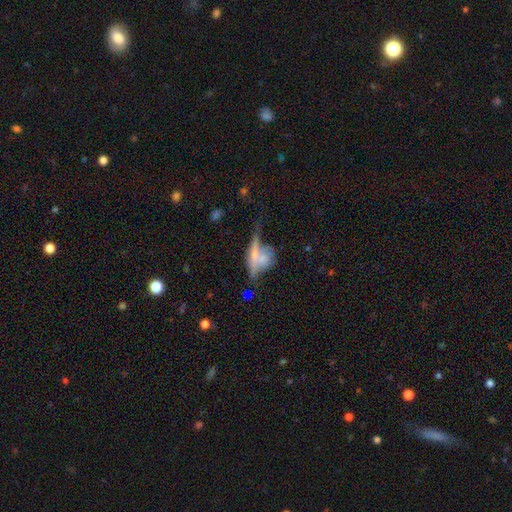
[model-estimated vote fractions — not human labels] This is marginally a smooth galaxy (44%, tied with featured or disk). Merging: marginally none (37%).